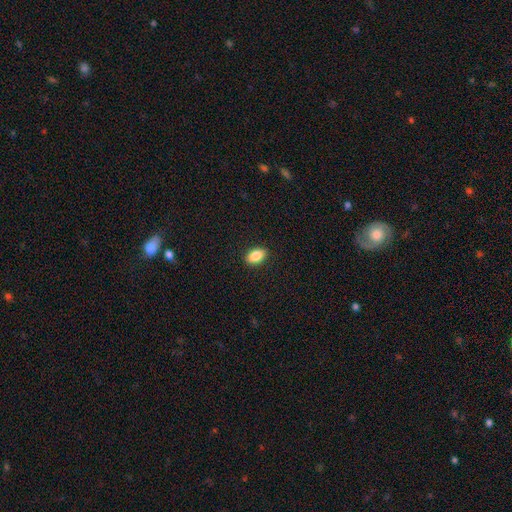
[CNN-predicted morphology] Overall: smooth (87%). How rounded: in between (90%). Merging: none (90%).